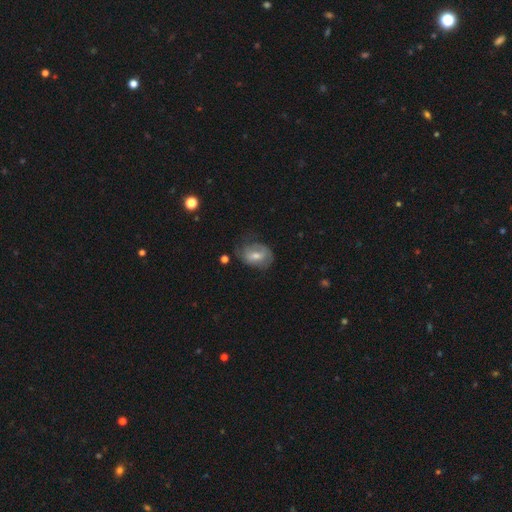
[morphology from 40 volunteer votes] A featured or disk galaxy (55%) with a weak bar (68%), 2 (38%, tied with can't tell) medium (46%) spiral arms (59%) and a moderate central bulge (77%). Merging: minor disturbance (39%).